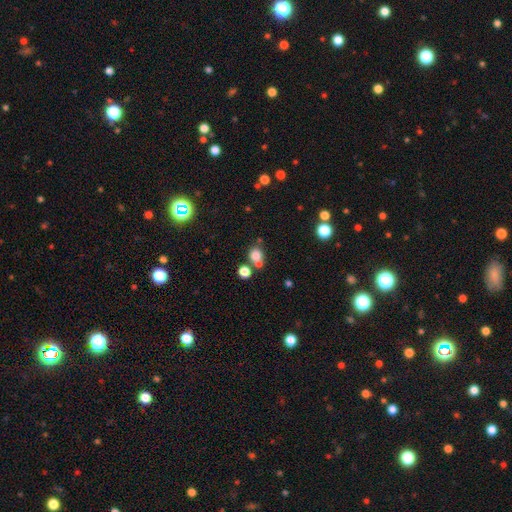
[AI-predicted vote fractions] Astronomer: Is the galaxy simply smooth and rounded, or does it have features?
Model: smooth — 77%.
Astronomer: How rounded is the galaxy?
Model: round — 78%.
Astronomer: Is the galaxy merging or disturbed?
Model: none — 52% (runner-up: merger, 34%).